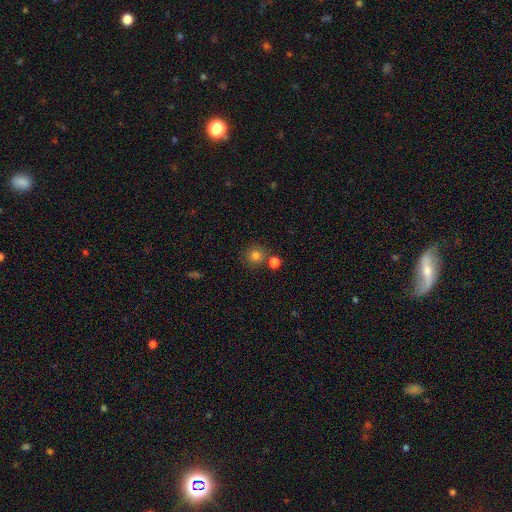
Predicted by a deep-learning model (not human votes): smooth-or-featured: smooth: 79% | star or artifact: 13% | featured or disk: 7%
  how-rounded: round: 91% | in between: 8% | cigar-shaped: 1%
  merging: none: 75% | merger: 13% | minor disturbance: 9% | major disturbance: 3%